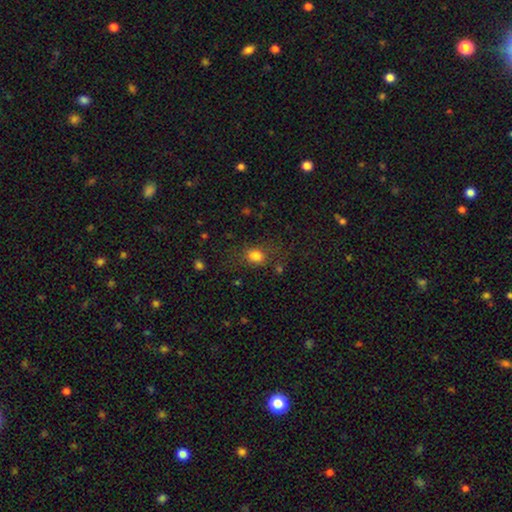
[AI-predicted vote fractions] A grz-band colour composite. It shows a smooth galaxy with no disk features (78%) that is in between round and cigar-shaped (61%). Merging: none (64%).